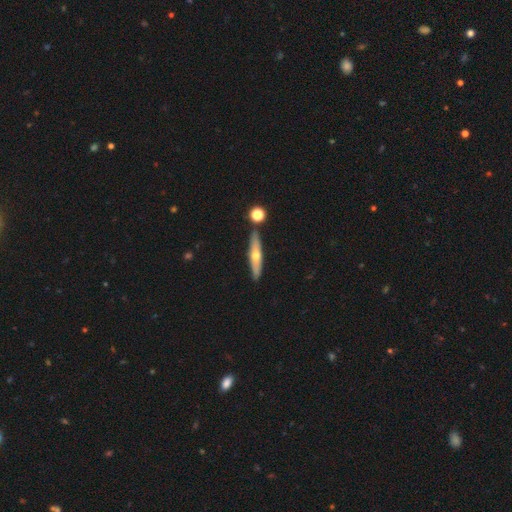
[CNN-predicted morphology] Smooth or featured?
  - featured or disk: 51% *
  - smooth: 43%
  - star or artifact: 6%
Edge-on disk?
  - yes: 85% *
  - no: 15%
Merging?
  - none: 83% *
  - minor disturbance: 9%
  - merger: 6%
  - major disturbance: 2%